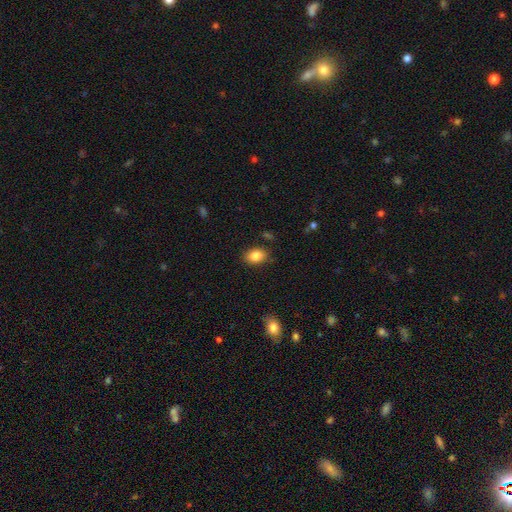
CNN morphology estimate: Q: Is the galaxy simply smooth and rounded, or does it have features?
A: smooth — 86%.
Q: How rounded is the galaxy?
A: in between — 78%.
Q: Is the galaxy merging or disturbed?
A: none — 84%.